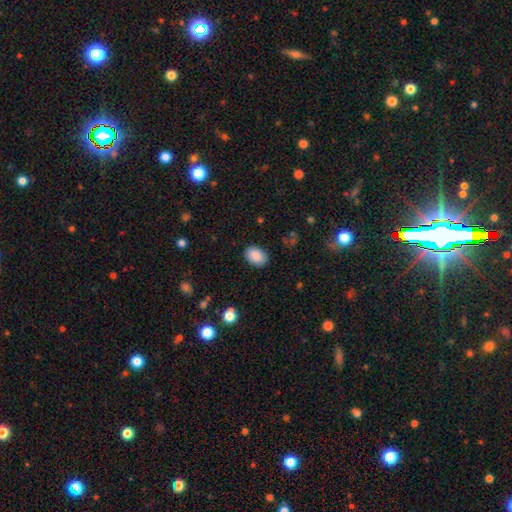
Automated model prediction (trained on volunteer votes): Smooth or featured: smooth — 89% (star or artifact — 7%)
How rounded: in between — 81% (round — 18%)
Merging: none — 87% (minor disturbance — 10%)